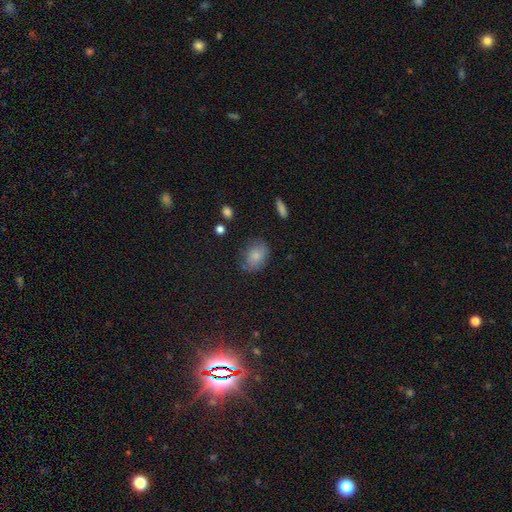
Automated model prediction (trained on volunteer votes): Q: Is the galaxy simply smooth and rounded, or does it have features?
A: smooth — 80%.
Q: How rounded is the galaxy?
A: in between — 67%.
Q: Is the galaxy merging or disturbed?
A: none — 69%.